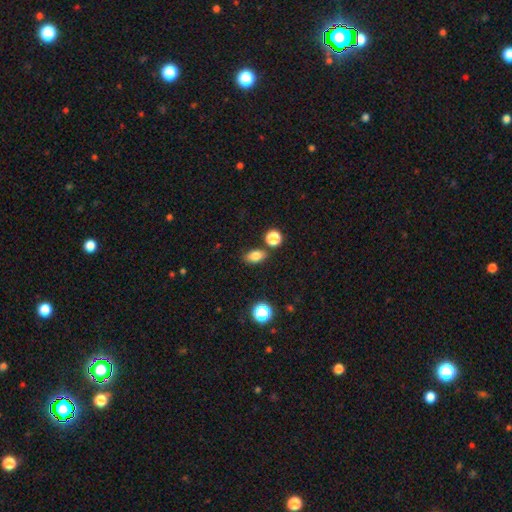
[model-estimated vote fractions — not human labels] smooth-or-featured: smooth: 81% | star or artifact: 11% | featured or disk: 8%
  how-rounded: in between: 84% | round: 13% | cigar-shaped: 3%
  merging: none: 81% | minor disturbance: 10% | merger: 6% | major disturbance: 3%